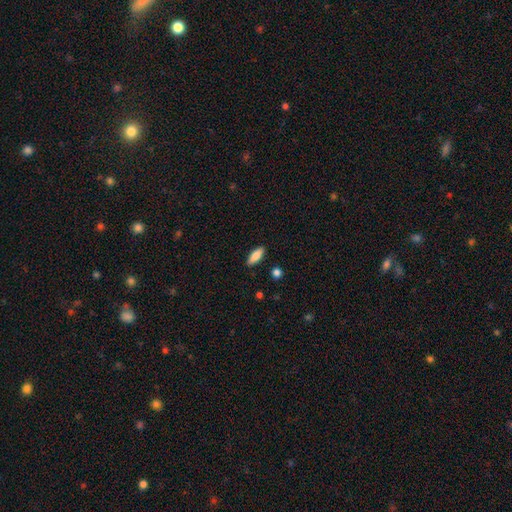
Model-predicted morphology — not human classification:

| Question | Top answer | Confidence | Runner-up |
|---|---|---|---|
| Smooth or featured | smooth | 82% | featured or disk (11%) |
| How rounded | in between | 71% | cigar-shaped (27%) |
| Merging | none | 88% | minor disturbance (9%) |